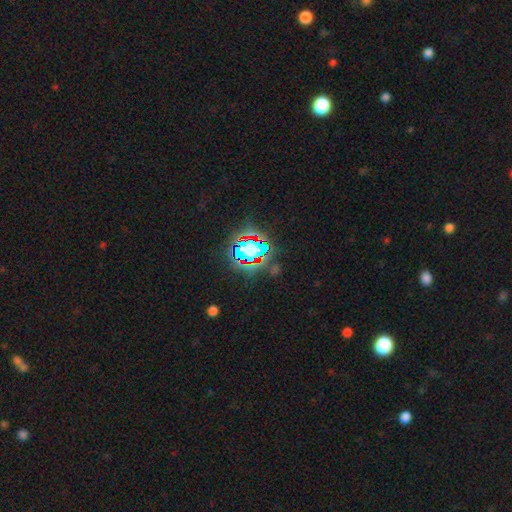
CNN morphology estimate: Smooth or featured? star or artifact (76%)